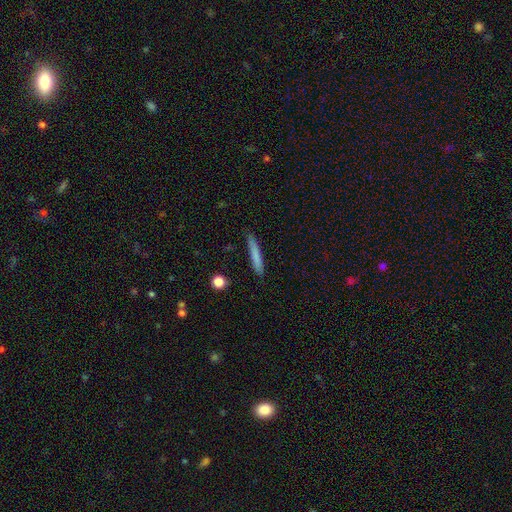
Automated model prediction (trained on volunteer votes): Smooth or featured: smooth — 75% (featured or disk — 19%)
How rounded: cigar-shaped — 95% (in between — 4%)
Merging: none — 85% (minor disturbance — 11%)